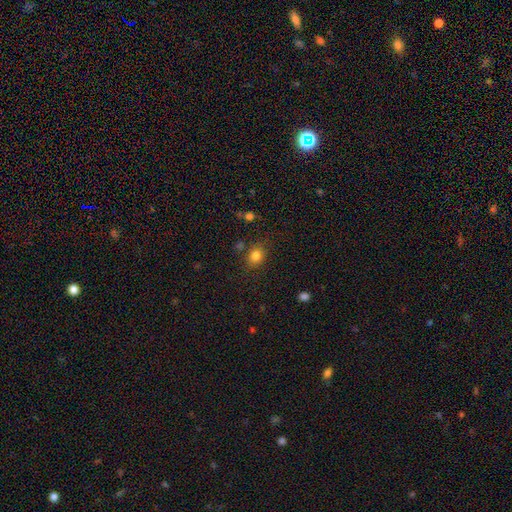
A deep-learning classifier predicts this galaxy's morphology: Q: Smooth or featured?
A: smooth (81%); runner-up: star or artifact (13%)
Q: How rounded?
A: round (57%); runner-up: in between (42%)
Q: Merging?
A: none (80%); runner-up: minor disturbance (12%)